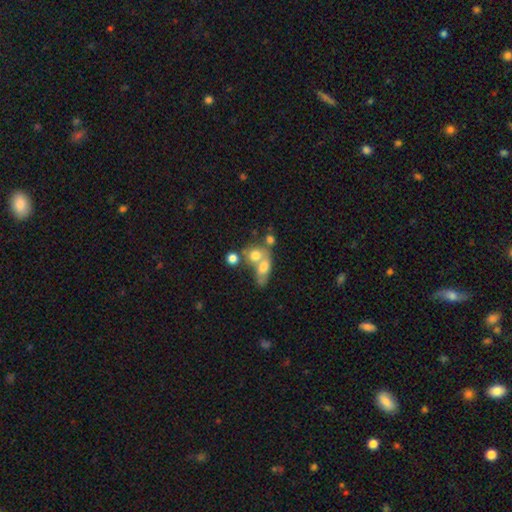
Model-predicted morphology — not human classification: Overall: smooth (67%). How rounded: round (50%; in between 47%). Merging: merger (59%; none 26%).